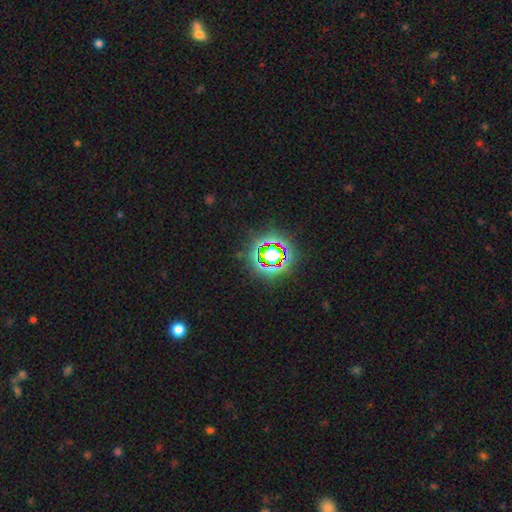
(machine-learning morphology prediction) This is likely a star or artifact rather than a galaxy (77%).